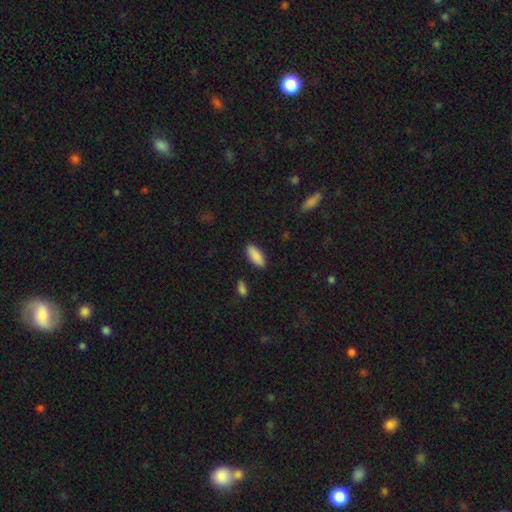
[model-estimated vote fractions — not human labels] smooth_or_featured: smooth (p=0.90) [alt: star or artifact p=0.06]
how_rounded: in between (p=0.81) [alt: cigar-shaped p=0.18]
merging: none (p=0.88) [alt: minor disturbance p=0.08]